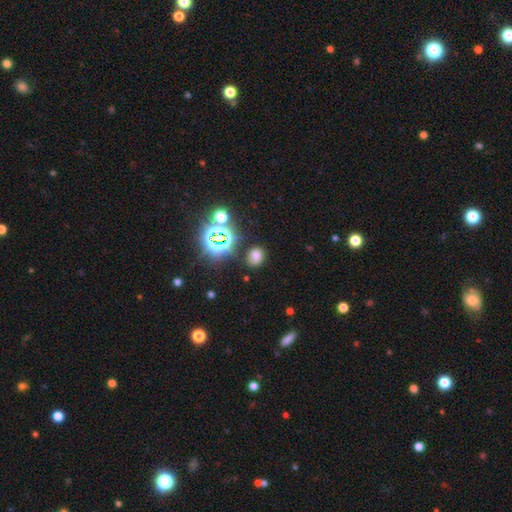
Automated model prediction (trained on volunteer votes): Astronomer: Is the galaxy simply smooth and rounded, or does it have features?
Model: smooth — 62%.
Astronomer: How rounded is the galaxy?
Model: in between — 52% (runner-up: round, 47%).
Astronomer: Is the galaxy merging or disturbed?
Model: none — 74%.